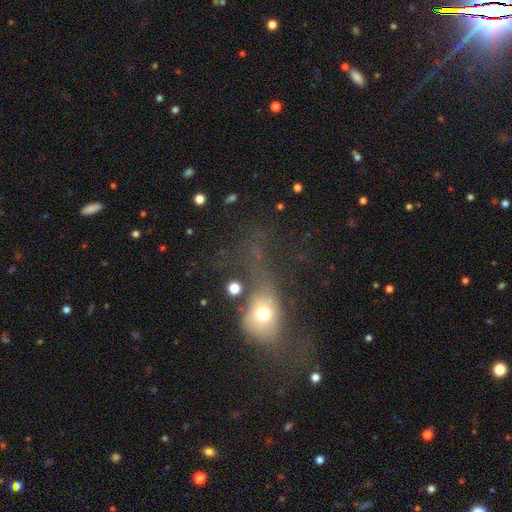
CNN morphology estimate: Q: Smooth or featured?
A: smooth (48%); runner-up: featured or disk (28%)
Q: Merging?
A: major disturbance (50%); runner-up: none (23%)